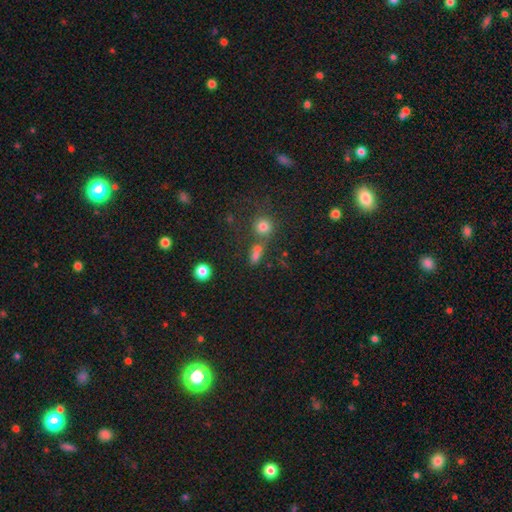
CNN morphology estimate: A smooth galaxy with no disk features (62%) that is in between round and cigar-shaped (46%). Merging: none (60%).